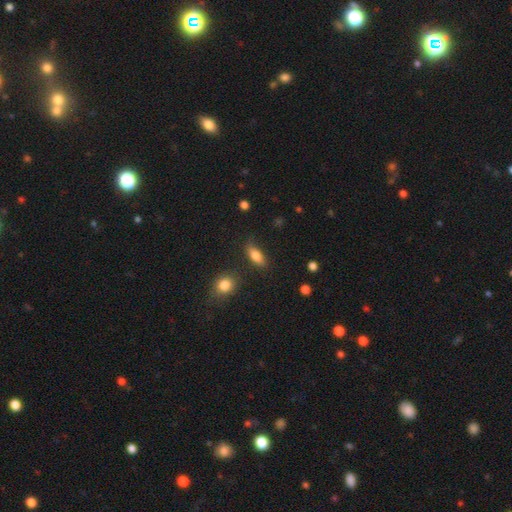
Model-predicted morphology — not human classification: A smooth galaxy with no disk features (81%) that is in between round and cigar-shaped (79%).

Vote fractions:
- Smooth or featured? smooth: 81% / featured or disk: 11% / star or artifact: 8%
- How rounded? in between: 79% / cigar-shaped: 16% / round: 4%
- Merging? none: 78% / minor disturbance: 15% / major disturbance: 4% / merger: 3%